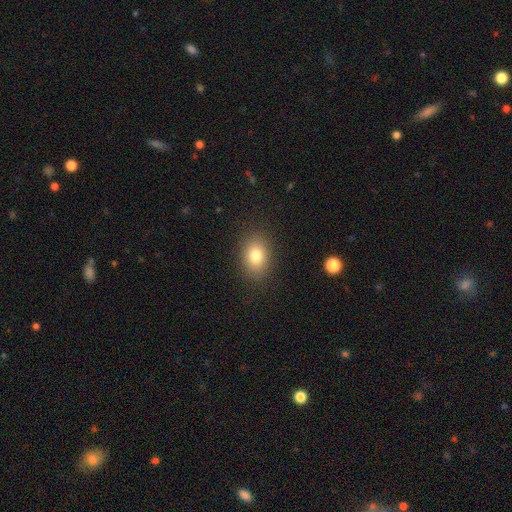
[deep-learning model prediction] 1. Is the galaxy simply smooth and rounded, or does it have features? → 80% smooth, 10% star or artifact, 10% featured or disk.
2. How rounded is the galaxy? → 74% in between, 24% round, 1% cigar-shaped.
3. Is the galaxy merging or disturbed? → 87% none, 9% minor disturbance, 3% major disturbance, 1% merger.